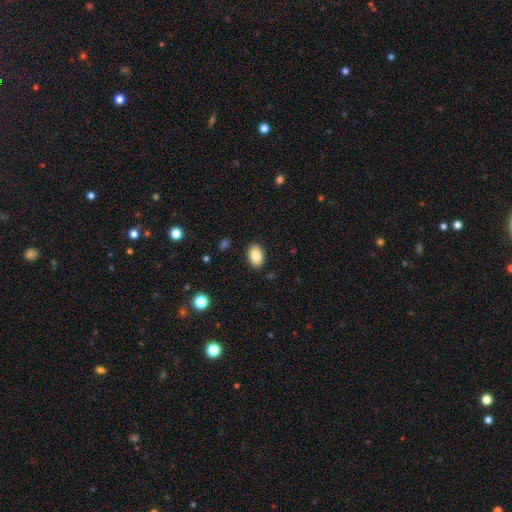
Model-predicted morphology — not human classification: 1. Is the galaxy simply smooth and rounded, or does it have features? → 84% smooth, 9% featured or disk, 8% star or artifact.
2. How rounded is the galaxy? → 87% in between, 12% round, 1% cigar-shaped.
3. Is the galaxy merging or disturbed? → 88% none, 8% minor disturbance, 2% major disturbance, 1% merger.